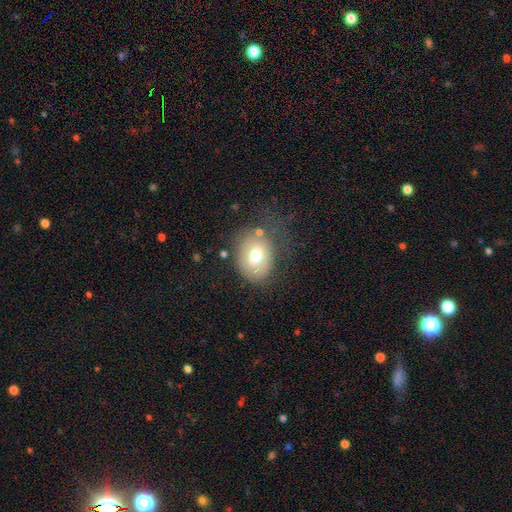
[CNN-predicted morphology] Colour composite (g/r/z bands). It shows a smooth galaxy with no disk features (66%) that is in between round and cigar-shaped (60%). Merging: none (51%).